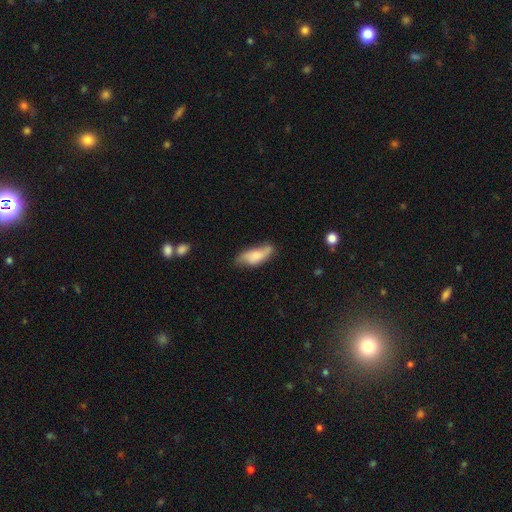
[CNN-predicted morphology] Smooth or featured? Predicted: smooth (p=0.62). How rounded? Predicted: in between (p=0.69). Merging? Predicted: none (p=0.56).